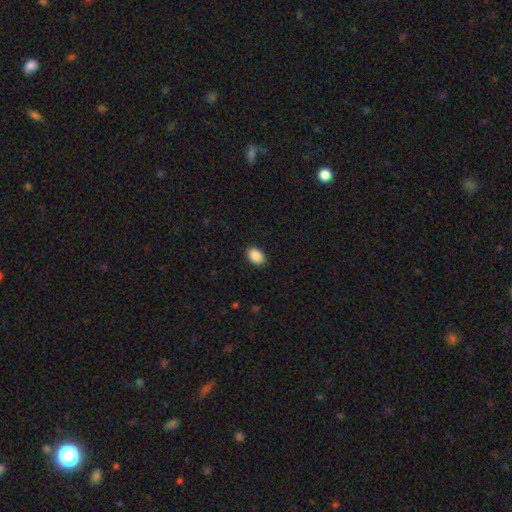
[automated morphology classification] A smooth galaxy with no disk features (90%) that is in between round and cigar-shaped (83%).

Vote fractions:
- Smooth or featured? smooth: 90% / star or artifact: 7% / featured or disk: 3%
- How rounded? in between: 83% / round: 16% / cigar-shaped: 1%
- Merging? none: 89% / minor disturbance: 8% / major disturbance: 2% / merger: 1%